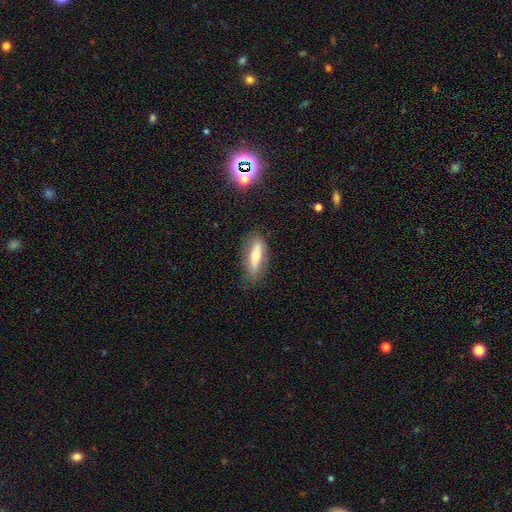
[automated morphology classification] smooth-or-featured: smooth: 50% | featured or disk: 38% | star or artifact: 12%
  how-rounded: in between: 53% | cigar-shaped: 44% | round: 3%
  merging: none: 77% | minor disturbance: 16% | major disturbance: 4% | merger: 2%